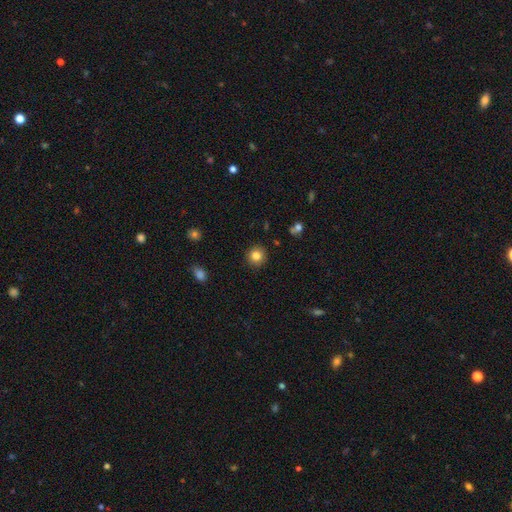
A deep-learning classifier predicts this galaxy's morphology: smooth-or-featured: smooth: 83% | star or artifact: 11% | featured or disk: 7%
  how-rounded: round: 93% | in between: 6% | cigar-shaped: 1%
  merging: none: 91% | minor disturbance: 6% | major disturbance: 2% | merger: 1%